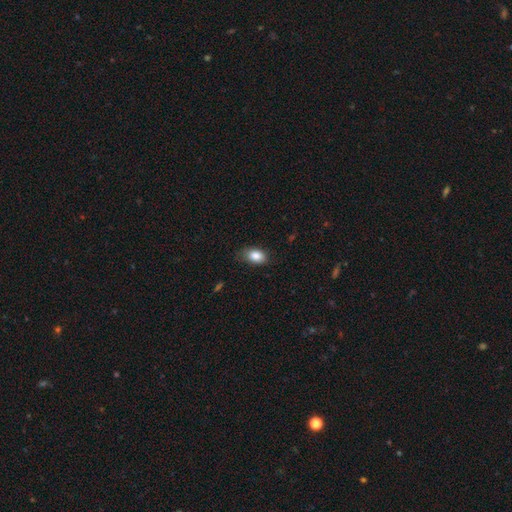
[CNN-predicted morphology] Smooth or featured? Predicted: smooth (p=0.86). How rounded? Predicted: in between (p=0.88). Merging? Predicted: none (p=0.73).